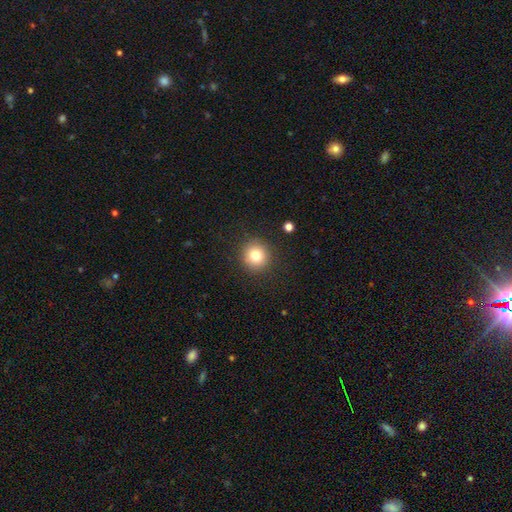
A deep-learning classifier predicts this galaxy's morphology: The model was most divided on "smooth or featured": smooth: 79%, star or artifact: 12%, featured or disk: 9%. More confident: how rounded — round (92%); merging — none (90%).